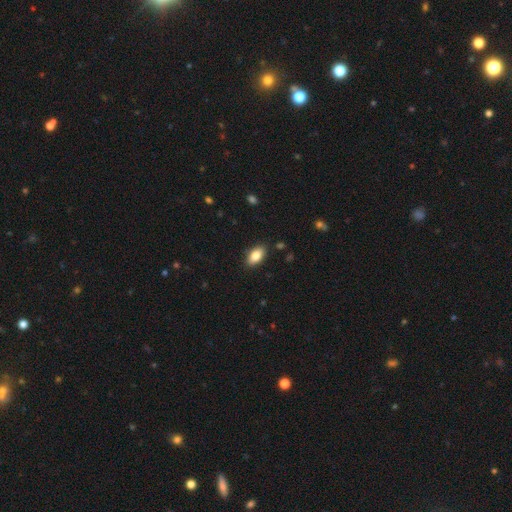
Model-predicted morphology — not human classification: Smooth or featured: smooth — 83% (featured or disk — 10%)
How rounded: in between — 91% (cigar-shaped — 4%)
Merging: none — 87% (minor disturbance — 10%)